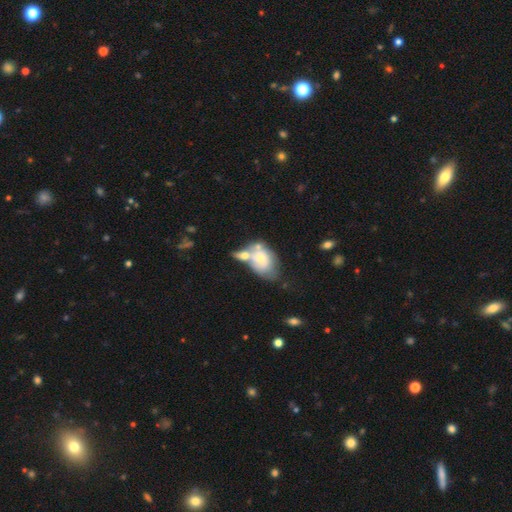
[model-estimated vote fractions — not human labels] The model was most divided on "merging": merger: 45%, none: 26%, minor disturbance: 18%, major disturbance: 10%. More confident: how rounded — in between (80%); smooth or featured — smooth (56%).